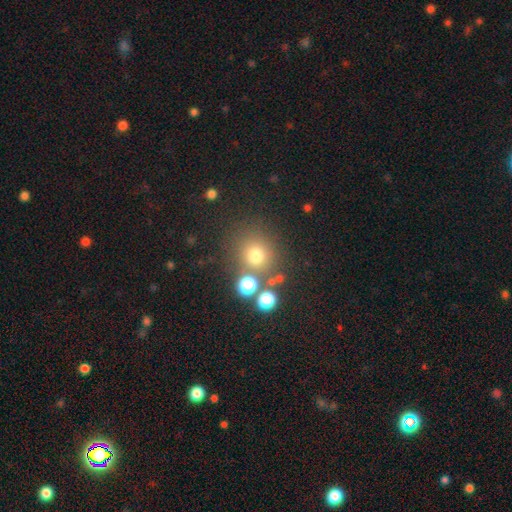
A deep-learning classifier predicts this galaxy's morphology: smooth-or-featured: smooth: 72% | star or artifact: 20% | featured or disk: 8%
  how-rounded: round: 89% | in between: 10% | cigar-shaped: 1%
  merging: none: 74% | merger: 12% | minor disturbance: 10% | major disturbance: 5%